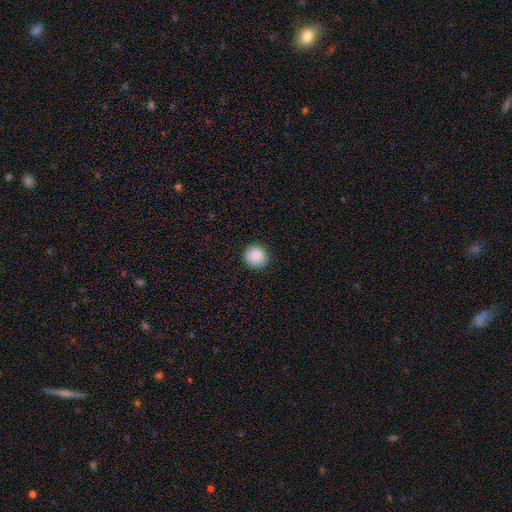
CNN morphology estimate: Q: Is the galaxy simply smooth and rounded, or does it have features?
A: smooth — 86%.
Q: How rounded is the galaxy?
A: round — 89%.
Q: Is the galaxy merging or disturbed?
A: none — 88%.